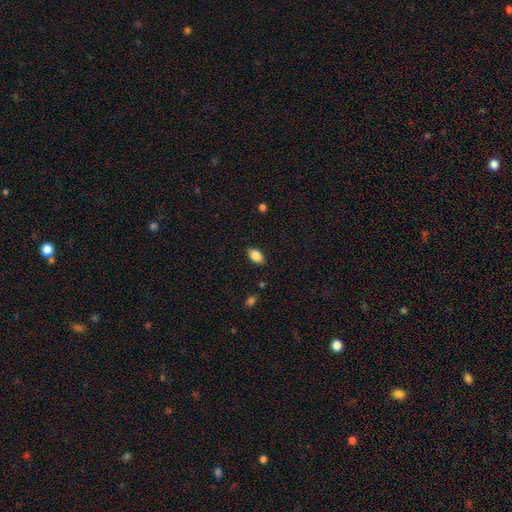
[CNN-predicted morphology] This appears to be a smooth galaxy with no disk features (83%) that is in between round and cigar-shaped (90%). Merging: none (87%).